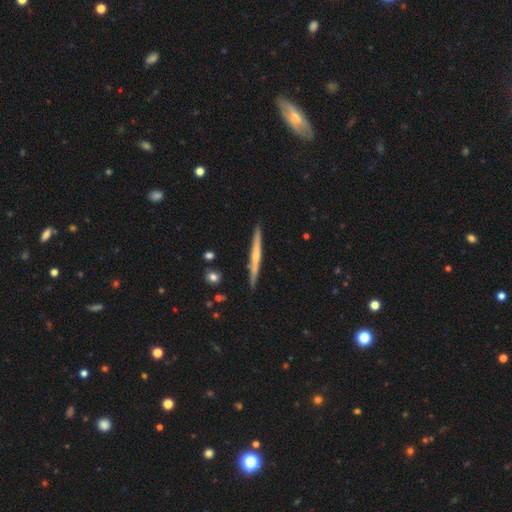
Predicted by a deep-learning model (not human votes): Smooth or featured: featured or disk — 63% (smooth — 31%)
Edge-on disk: yes — 97% (no — 3%)
Edge-on bulge: rounded — 51% (none — 43%)
Merging: none — 89% (minor disturbance — 8%)